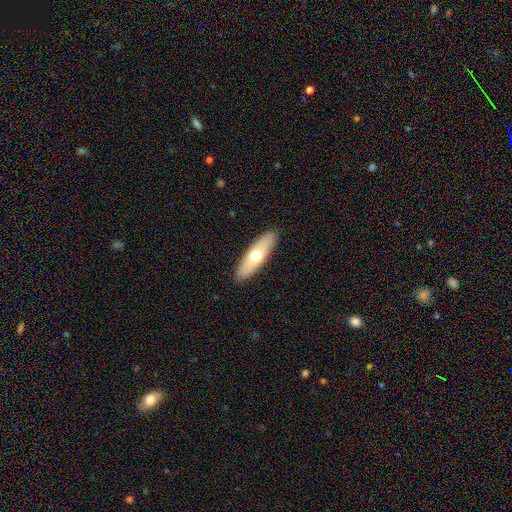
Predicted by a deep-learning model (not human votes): smooth 60%, featured or disk 34%, star or artifact 6%. Down the decision tree: how rounded — cigar-shaped (51%); merging — none (90%).